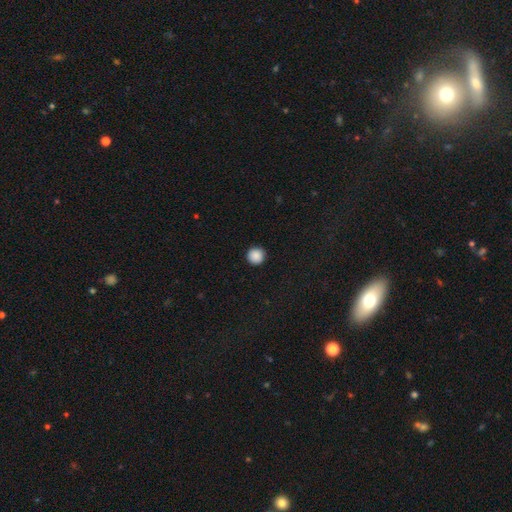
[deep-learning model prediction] This is clearly a smooth galaxy (88%). How rounded: clearly round (96%). Merging: clearly none (92%).